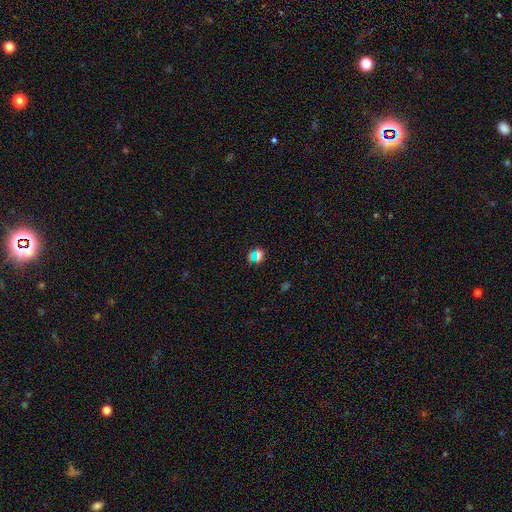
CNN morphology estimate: Smooth or featured? Predicted: smooth (p=0.52). How rounded? Predicted: round (p=0.63). Merging? Predicted: none (p=0.70).